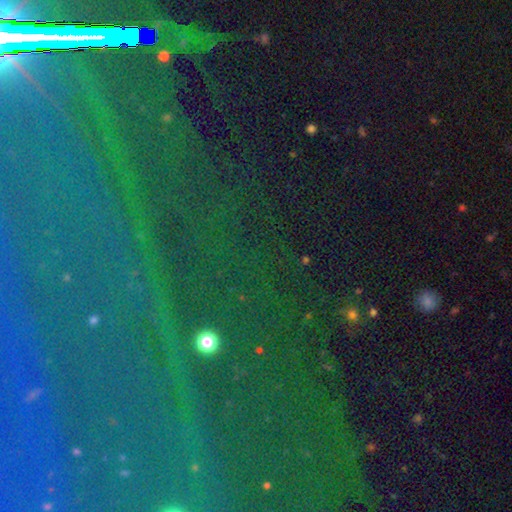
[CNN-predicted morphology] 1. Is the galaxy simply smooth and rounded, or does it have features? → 81% star or artifact, 9% featured or disk, 9% smooth.